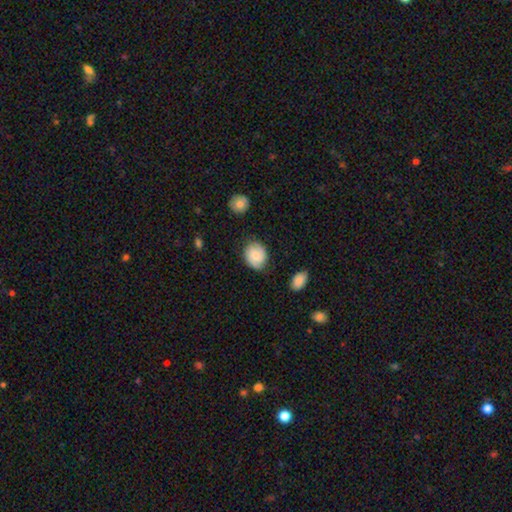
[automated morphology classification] type=smooth (61%); roundness=round (51%); merging=none (74%).